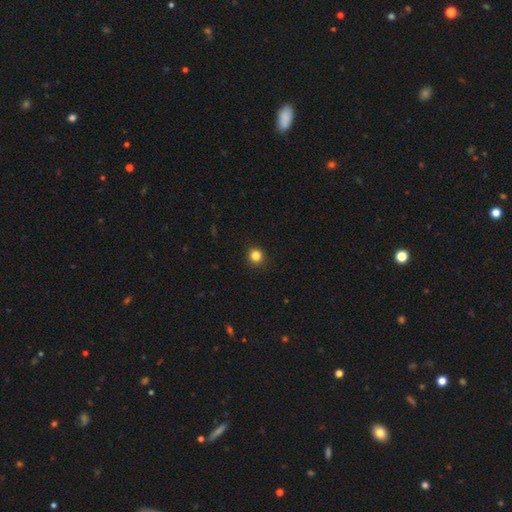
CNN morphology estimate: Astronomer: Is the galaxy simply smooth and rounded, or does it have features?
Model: smooth — 84%.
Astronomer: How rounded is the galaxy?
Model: round — 93%.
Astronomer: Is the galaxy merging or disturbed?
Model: none — 92%.